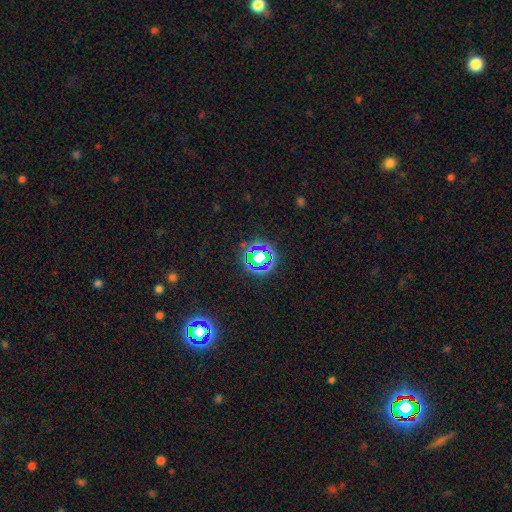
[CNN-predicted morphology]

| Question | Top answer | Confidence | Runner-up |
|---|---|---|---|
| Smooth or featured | star or artifact | 61% | smooth (25%) |